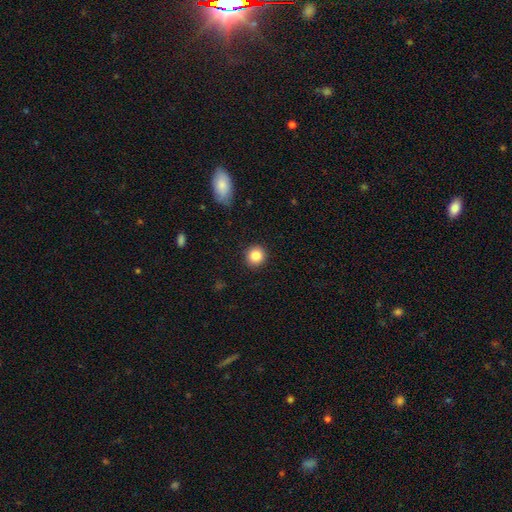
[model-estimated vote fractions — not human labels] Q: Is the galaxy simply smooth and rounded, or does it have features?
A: smooth — 86%.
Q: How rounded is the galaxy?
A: round — 90%.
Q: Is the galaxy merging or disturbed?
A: none — 91%.